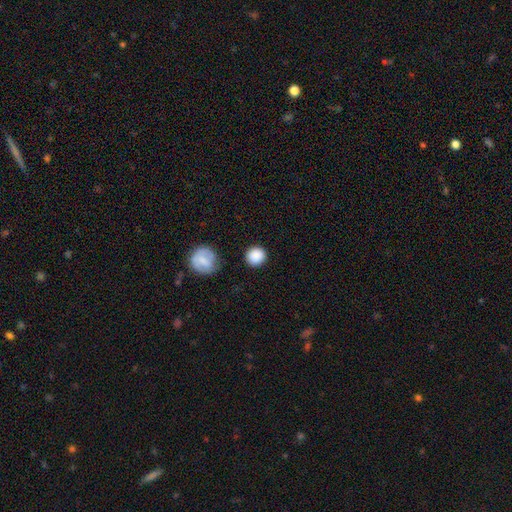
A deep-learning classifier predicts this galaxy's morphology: This is clearly a smooth galaxy (87%). How rounded: clearly round (92%). Merging: clearly none (85%).